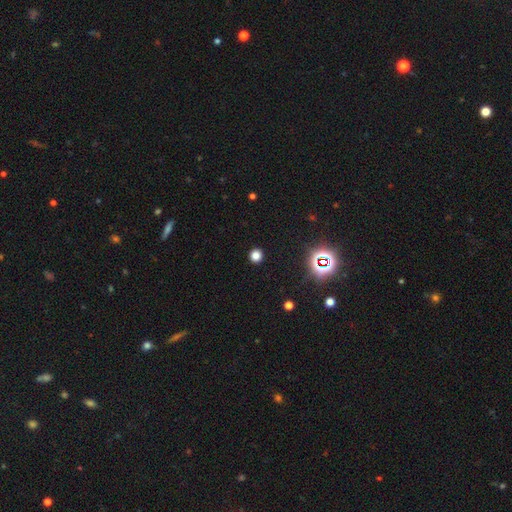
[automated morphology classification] This is likely a smooth galaxy (75%). How rounded: clearly round (90%). Merging: clearly none (92%).